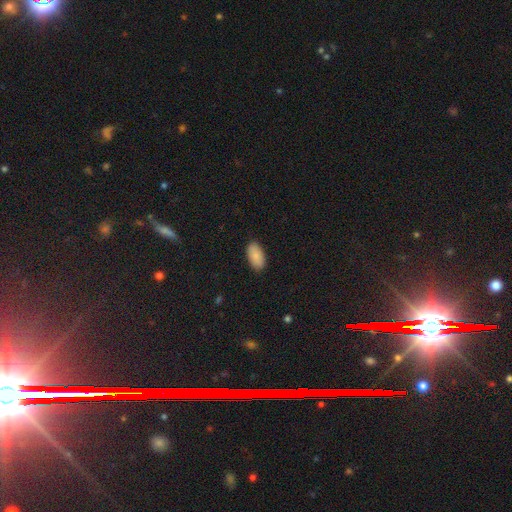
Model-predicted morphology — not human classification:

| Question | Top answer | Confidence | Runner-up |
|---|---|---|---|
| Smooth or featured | smooth | 89% | star or artifact (7%) |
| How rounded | in between | 95% | cigar-shaped (3%) |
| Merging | none | 88% | minor disturbance (9%) |